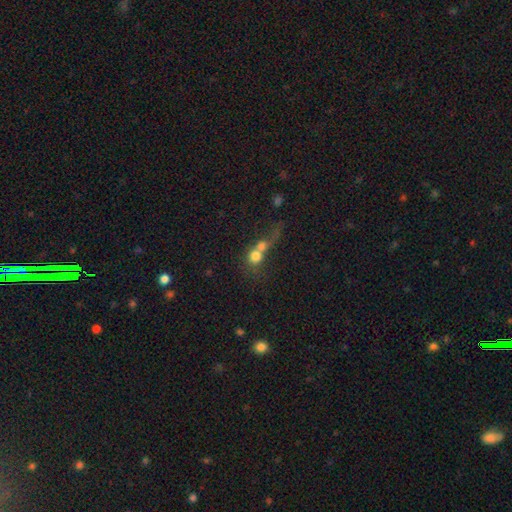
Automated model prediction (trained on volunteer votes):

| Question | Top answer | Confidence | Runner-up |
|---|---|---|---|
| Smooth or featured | smooth | 70% | featured or disk (19%) |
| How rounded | round | 76% | in between (21%) |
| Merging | merger | 71% | none (16%) |